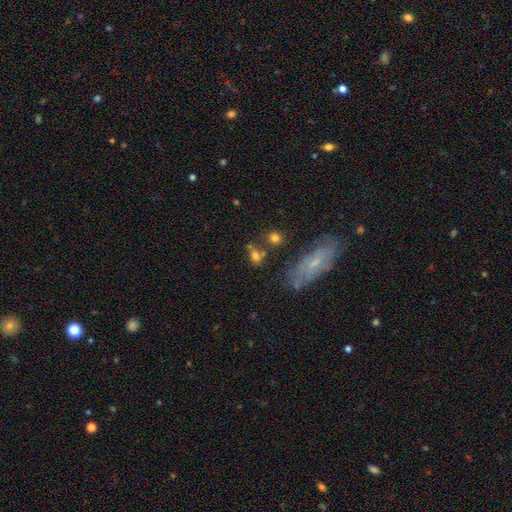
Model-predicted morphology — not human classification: A smooth galaxy with no disk features (66%) that is in between round and cigar-shaped (65%).

Vote fractions:
- Smooth or featured? smooth: 66% / featured or disk: 19% / star or artifact: 15%
- How rounded? in between: 65% / round: 27% / cigar-shaped: 8%
- Merging? none: 49% / merger: 22% / minor disturbance: 18% / major disturbance: 11%